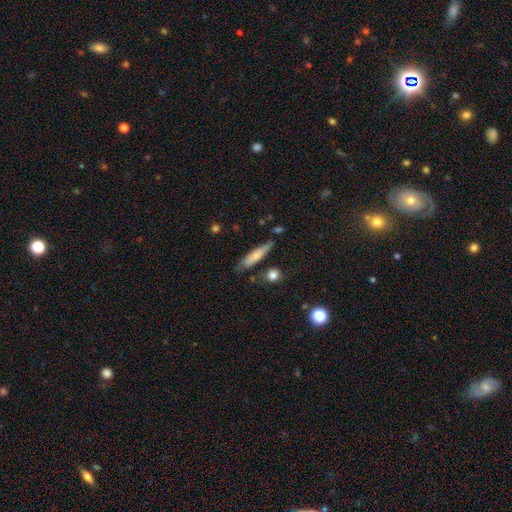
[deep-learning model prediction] smooth_or_featured: smooth (p=0.69) [alt: featured or disk p=0.25]
how_rounded: cigar-shaped (p=0.76) [alt: in between p=0.22]
merging: none (p=0.69) [alt: minor disturbance p=0.21]